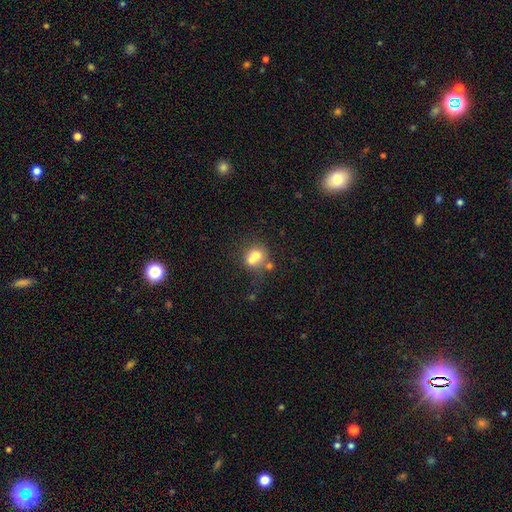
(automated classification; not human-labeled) smooth 64%, featured or disk 24%, star or artifact 12%. Down the decision tree: how rounded — round (79%); merging — merger (55%).